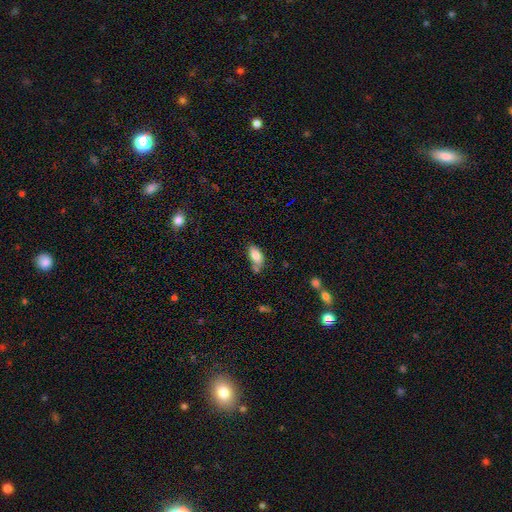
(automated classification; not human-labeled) Morphology: type=smooth (82%); roundness=in between (91%); merging=none (54%).